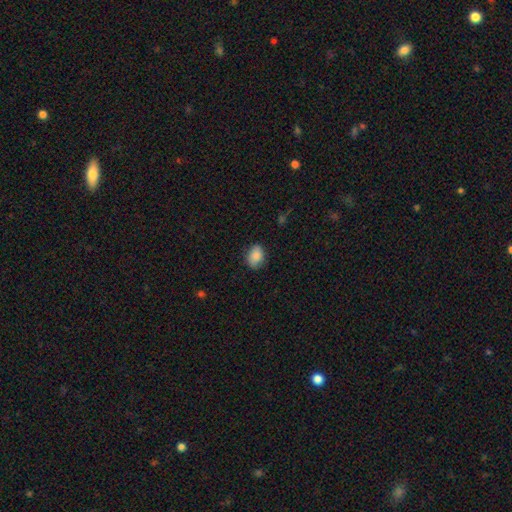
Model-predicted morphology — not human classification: Smooth or featured? smooth (86%)
How rounded? in between (71%)
Merging? none (80%)